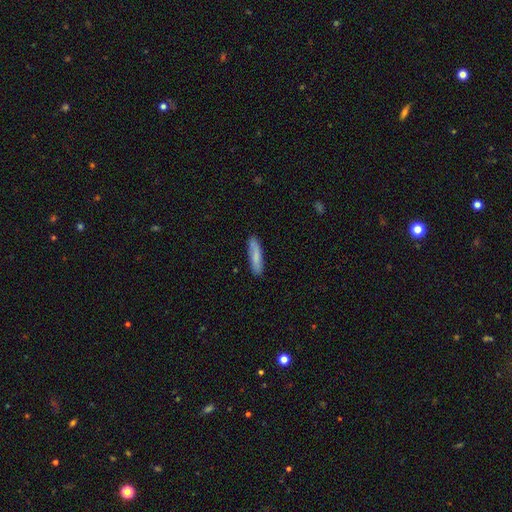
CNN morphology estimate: Smooth or featured? smooth (78%)
How rounded? cigar-shaped (80%)
Merging? none (84%)